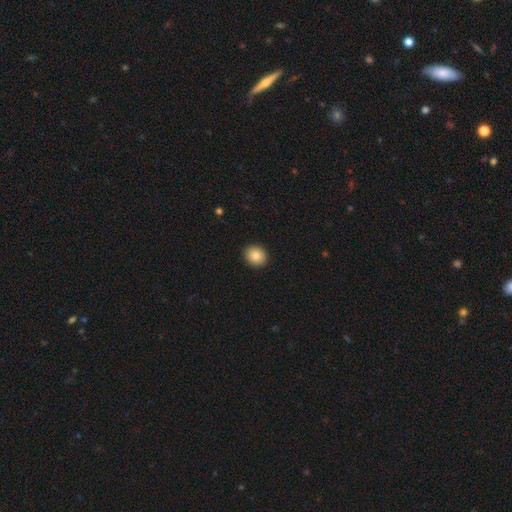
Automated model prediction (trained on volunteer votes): Morphology: type=smooth (87%); roundness=round (73%); merging=none (92%).